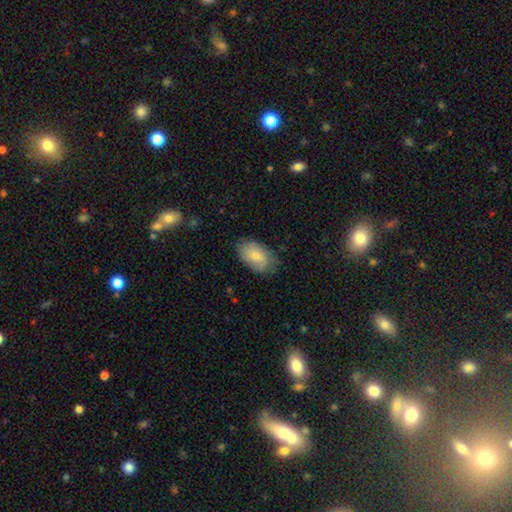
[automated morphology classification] Smooth or featured? smooth (76%)
How rounded? in between (93%)
Merging? none (75%)